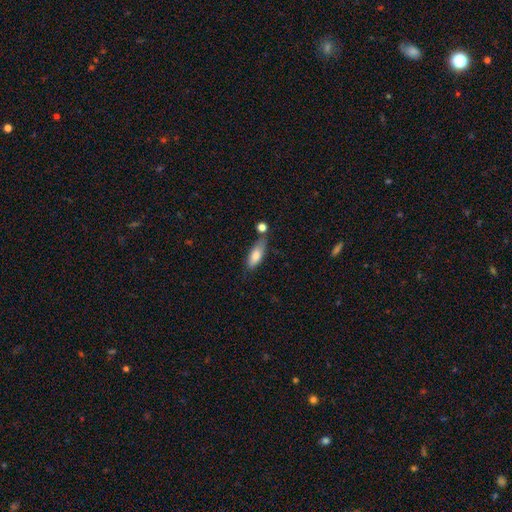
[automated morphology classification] type=smooth (77%); roundness=in between (66%); merging=none (56%).